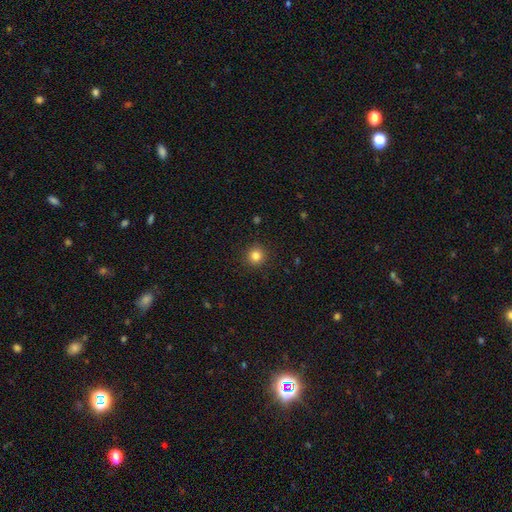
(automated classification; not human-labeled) A smooth galaxy with no disk features (83%) that is round (92%).

Vote fractions:
- Smooth or featured? smooth: 83% / star or artifact: 12% / featured or disk: 5%
- How rounded? round: 92% / in between: 7% / cigar-shaped: 1%
- Merging? none: 91% / minor disturbance: 6% / major disturbance: 2% / merger: 1%